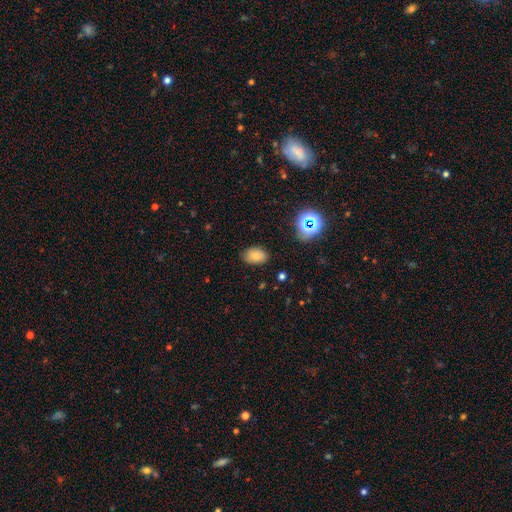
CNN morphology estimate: This is likely a smooth galaxy (78%). How rounded: clearly in between (85%). Merging: clearly none (83%).